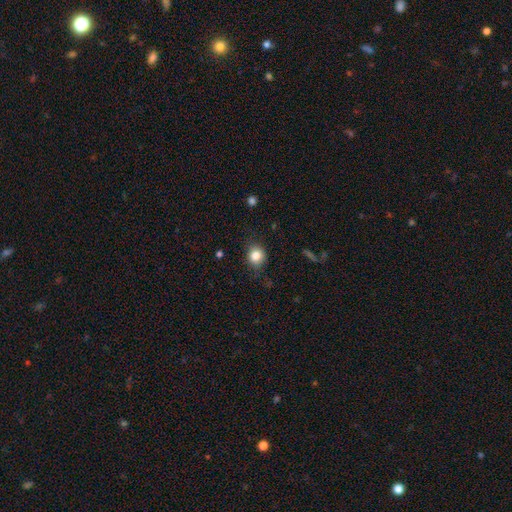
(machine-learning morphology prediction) A smooth galaxy with no disk features (82%) that is round (71%).

Vote fractions:
- Smooth or featured? smooth: 82% / star or artifact: 11% / featured or disk: 7%
- How rounded? round: 71% / in between: 28% / cigar-shaped: 1%
- Merging? none: 79% / minor disturbance: 16% / major disturbance: 4% / merger: 1%